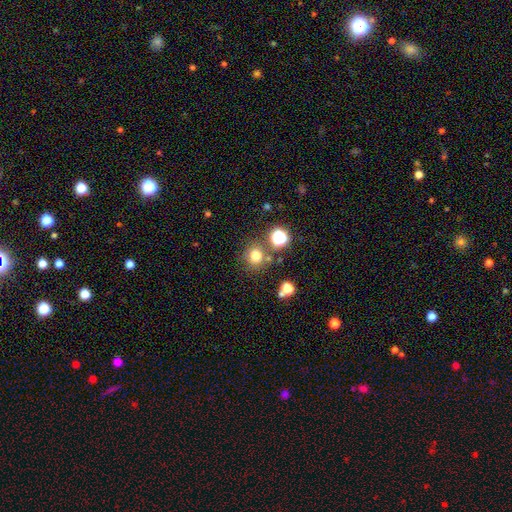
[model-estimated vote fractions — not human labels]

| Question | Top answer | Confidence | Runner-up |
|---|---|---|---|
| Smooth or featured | smooth | 74% | star or artifact (18%) |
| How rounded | round | 88% | in between (11%) |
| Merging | none | 77% | merger (10%) |